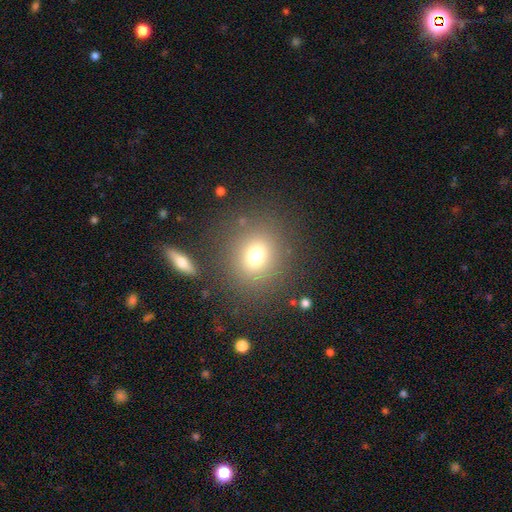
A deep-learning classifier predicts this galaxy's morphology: A smooth galaxy with no disk features (72%) that is round (77%).

Vote fractions:
- Smooth or featured? smooth: 72% / star or artifact: 17% / featured or disk: 10%
- How rounded? round: 77% / in between: 22% / cigar-shaped: 1%
- Merging? none: 82% / minor disturbance: 8% / major disturbance: 5% / merger: 4%